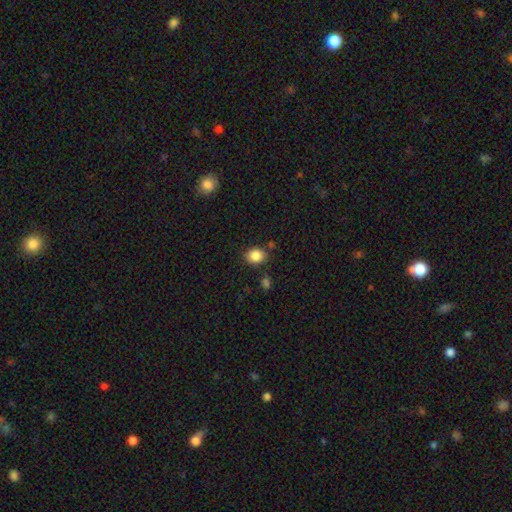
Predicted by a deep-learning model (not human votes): Smooth or featured?
  - smooth: 86% *
  - star or artifact: 10%
  - featured or disk: 5%
How rounded?
  - round: 63% *
  - in between: 36%
  - cigar-shaped: 1%
Merging?
  - none: 80% *
  - minor disturbance: 11%
  - merger: 5%
  - major disturbance: 3%